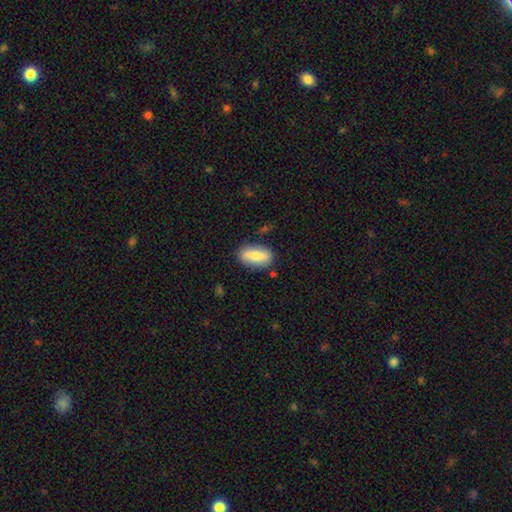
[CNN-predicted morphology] A smooth galaxy with no disk features (75%) that is in between round and cigar-shaped (83%). Merging: none (82%).